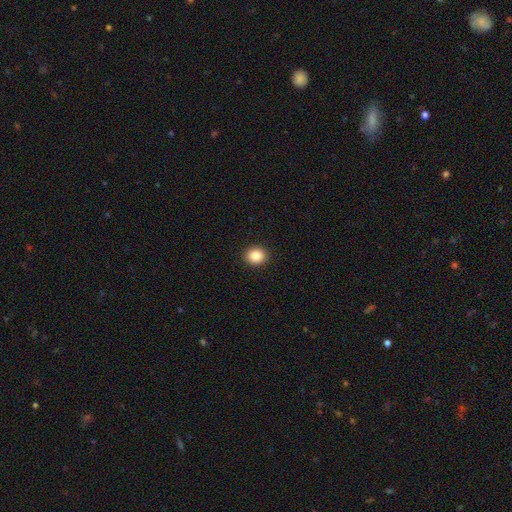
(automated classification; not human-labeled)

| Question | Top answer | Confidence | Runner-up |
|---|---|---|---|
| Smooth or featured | smooth | 87% | star or artifact (9%) |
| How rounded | round | 68% | in between (32%) |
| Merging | none | 92% | minor disturbance (5%) |